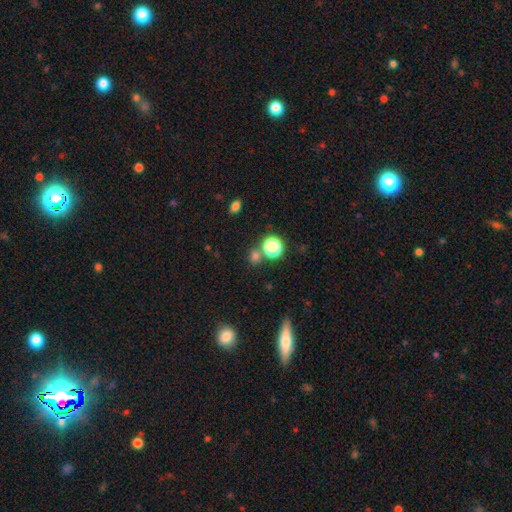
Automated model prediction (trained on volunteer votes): Morphology: type=smooth (68%); roundness=round (86%); merging=none (71%).